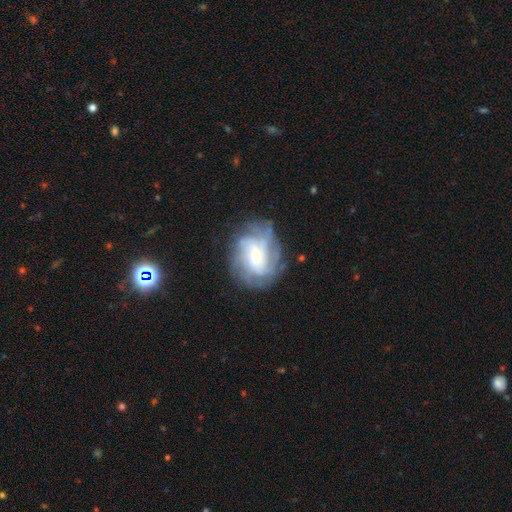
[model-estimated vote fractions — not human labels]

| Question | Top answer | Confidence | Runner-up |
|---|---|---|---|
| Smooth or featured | featured or disk | 73% | smooth (18%) |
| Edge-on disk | no | 97% | yes (3%) |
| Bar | no | 45% | weak (44%) |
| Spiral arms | yes | 89% | no (11%) |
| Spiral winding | tight | 53% | medium (34%) |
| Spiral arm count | can't tell | 44% | 4 (18%) |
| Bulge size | small | 43% | moderate (36%) |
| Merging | none | 69% | minor disturbance (18%) |